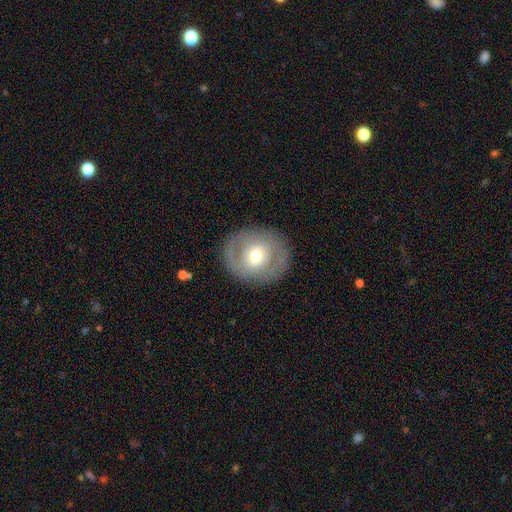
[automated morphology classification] Smooth or featured?
  - featured or disk: 51% *
  - smooth: 42%
  - star or artifact: 7%
Edge-on disk?
  - no: 95% *
  - yes: 5%
Merging?
  - none: 84% *
  - minor disturbance: 10%
  - major disturbance: 5%
  - merger: 1%